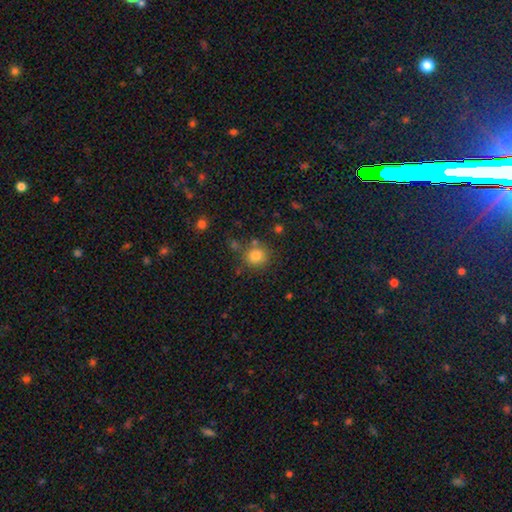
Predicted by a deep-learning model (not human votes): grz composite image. It shows a smooth galaxy with no disk features (81%) that is round (85%). Merging: none (77%).